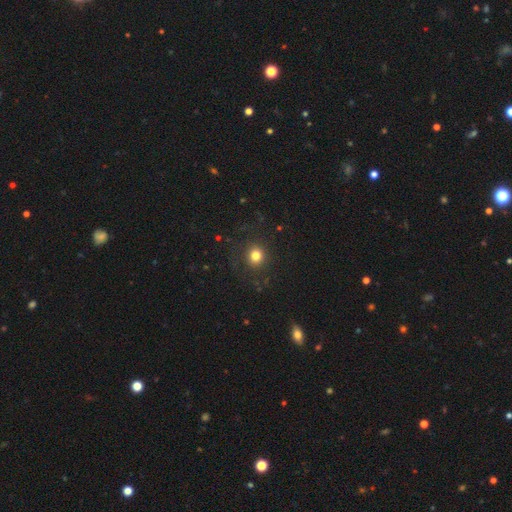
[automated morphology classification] Q: Smooth or featured?
A: smooth (79%); runner-up: star or artifact (13%)
Q: How rounded?
A: round (87%); runner-up: in between (12%)
Q: Merging?
A: none (85%); runner-up: minor disturbance (9%)